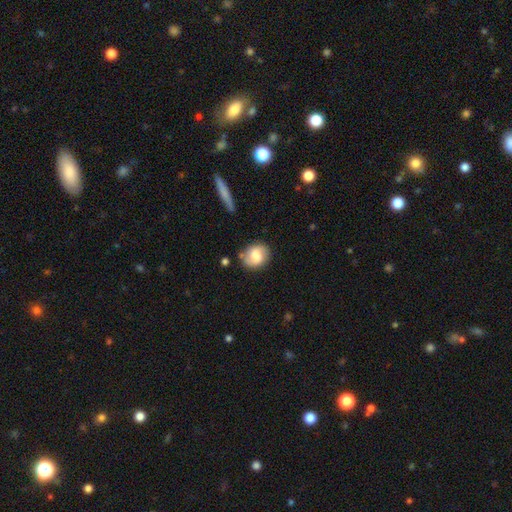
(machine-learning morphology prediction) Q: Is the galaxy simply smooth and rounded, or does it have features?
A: smooth — 61%.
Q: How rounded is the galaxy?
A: round — 58%.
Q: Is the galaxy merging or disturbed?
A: none — 73%.